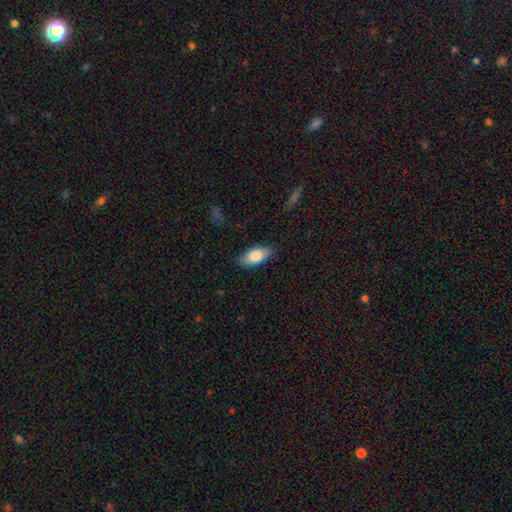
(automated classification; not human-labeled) A smooth galaxy with no disk features (81%) that is in between round and cigar-shaped (88%). Merging: none (83%).